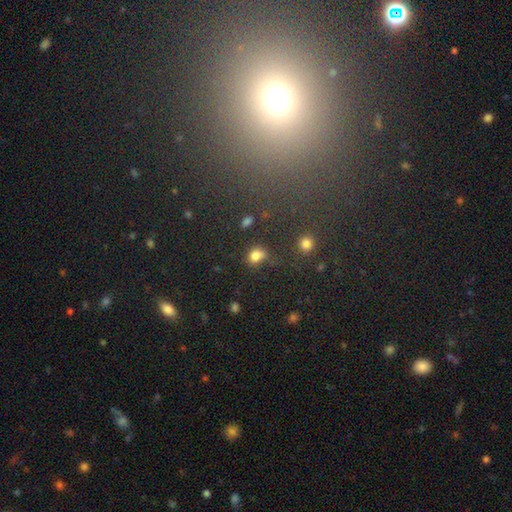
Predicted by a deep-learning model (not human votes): This appears to be a smooth galaxy with no disk features (80%) that is round (52%). Merging: none (56%).